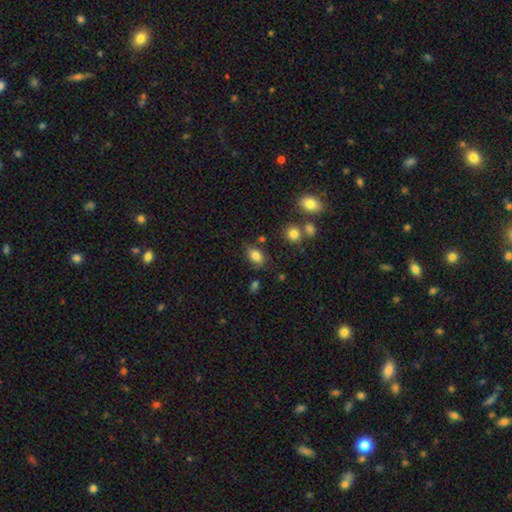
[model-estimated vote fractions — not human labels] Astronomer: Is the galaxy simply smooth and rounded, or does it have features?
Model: smooth — 83%.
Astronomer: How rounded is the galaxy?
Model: in between — 84%.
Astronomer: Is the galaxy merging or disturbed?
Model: none — 75%.